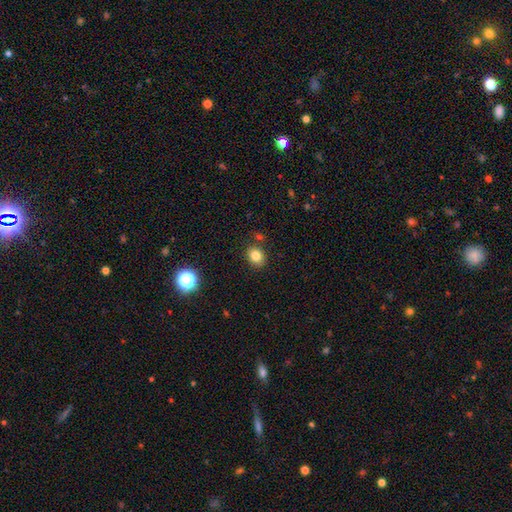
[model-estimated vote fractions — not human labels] Morphology: type=smooth (81%); roundness=round (59%); merging=none (83%).